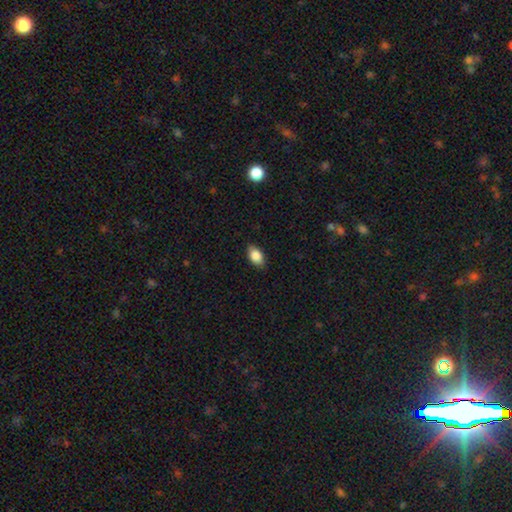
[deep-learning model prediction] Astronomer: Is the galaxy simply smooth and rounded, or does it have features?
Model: smooth — 85%.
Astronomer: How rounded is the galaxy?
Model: in between — 90%.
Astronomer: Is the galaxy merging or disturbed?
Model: none — 85%.